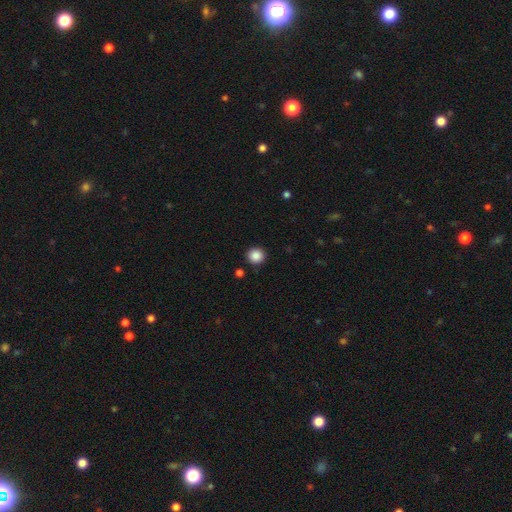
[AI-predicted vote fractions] A smooth galaxy with no disk features (87%) that is round (94%). Merging: none (91%).